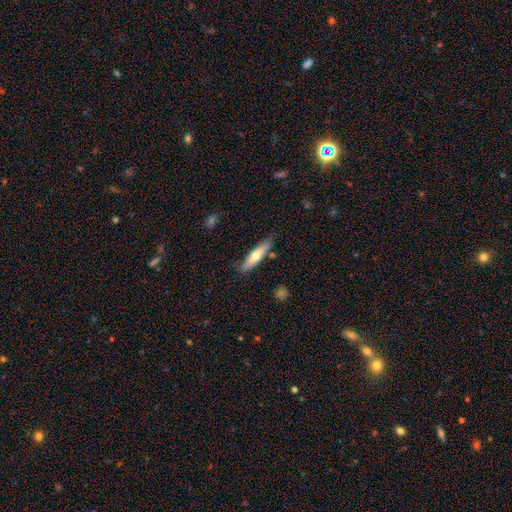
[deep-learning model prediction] Smooth or featured?
  - smooth: 59% *
  - featured or disk: 36%
  - star or artifact: 6%
How rounded?
  - cigar-shaped: 76% *
  - in between: 22%
  - round: 2%
Merging?
  - none: 80% *
  - minor disturbance: 15%
  - merger: 3%
  - major disturbance: 3%